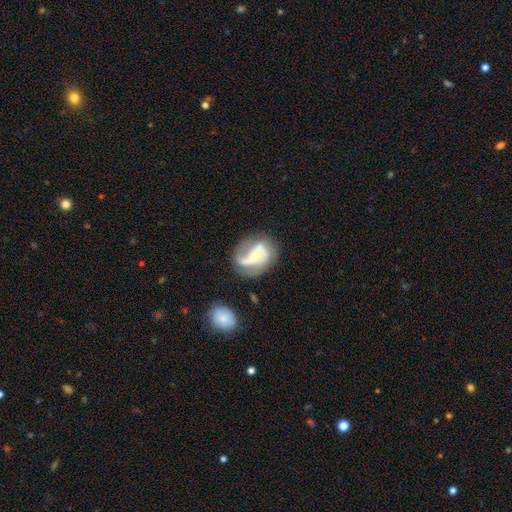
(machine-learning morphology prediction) Overall: featured or disk (78%). Edge-on disk: no (97%). Bar: no (49%; weak 35%). Spiral arms: yes (91%). Spiral arm count: 2 (70%). Spiral winding: medium (44%; loose 37%). Bulge size: small (48%; moderate 46%). Merging: none (53%; minor disturbance 24%).